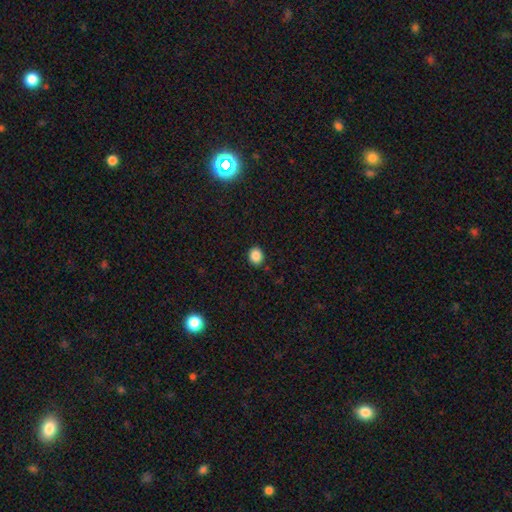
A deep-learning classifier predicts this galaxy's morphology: Smooth or featured? Predicted: smooth (p=0.86). How rounded? Predicted: round (p=0.67). Merging? Predicted: none (p=0.90).